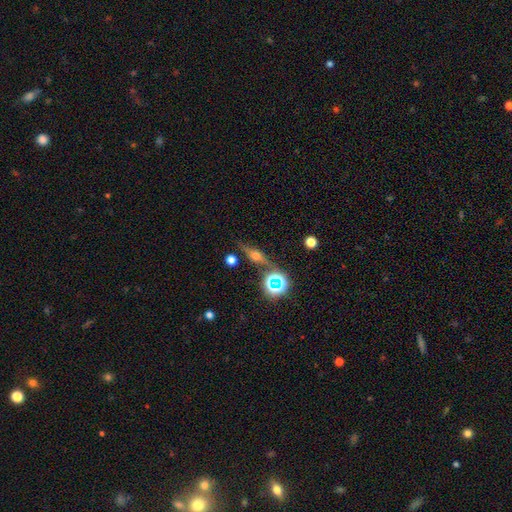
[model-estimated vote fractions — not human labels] Smooth or featured: featured or disk — 62% (star or artifact — 21%)
Edge-on disk: yes — 89% (no — 11%)
Edge-on bulge: rounded — 91% (boxy — 6%)
Merging: none — 81% (minor disturbance — 11%)